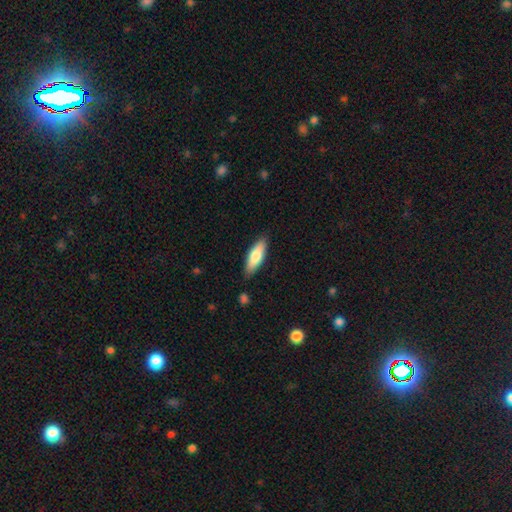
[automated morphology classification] Smooth or featured? smooth (75%)
How rounded? in between (55%)
Merging? none (84%)